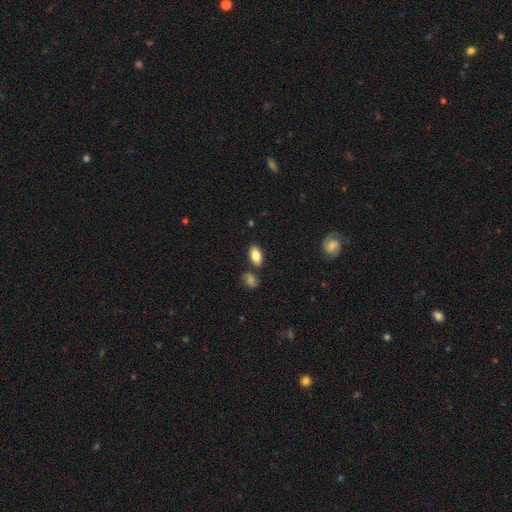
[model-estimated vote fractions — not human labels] Smooth or featured: smooth — 82% (featured or disk — 10%)
How rounded: in between — 92% (round — 5%)
Merging: none — 78% (minor disturbance — 11%)